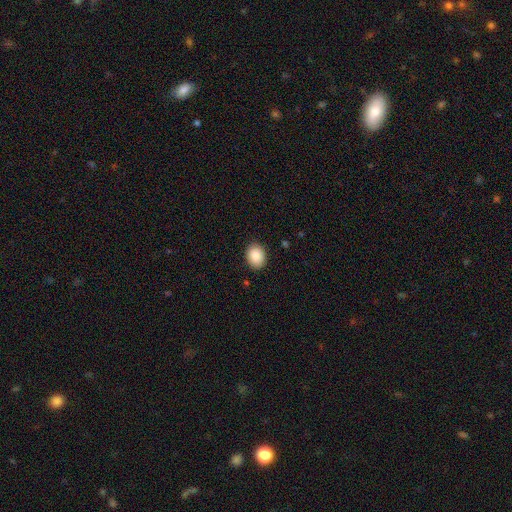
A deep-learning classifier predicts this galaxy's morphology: Smooth or featured? Predicted: smooth (p=0.89). How rounded? Predicted: in between (p=0.57). Merging? Predicted: none (p=0.88).